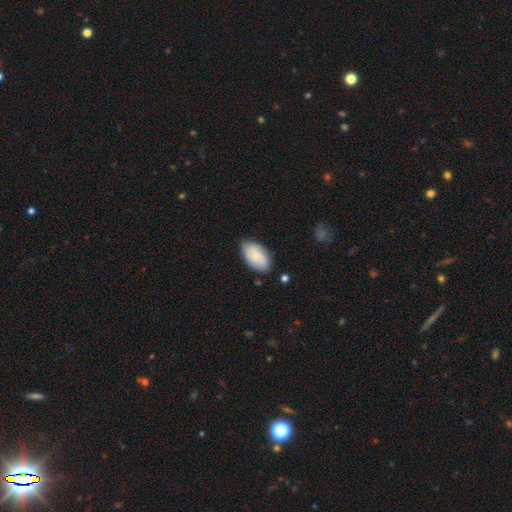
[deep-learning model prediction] Morphology: type=smooth (81%); roundness=in between (94%); merging=none (79%).